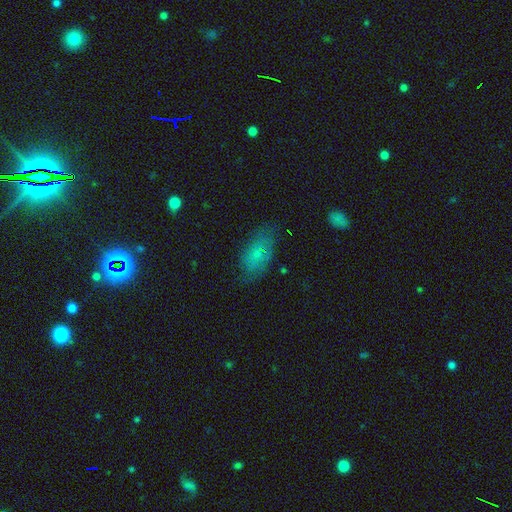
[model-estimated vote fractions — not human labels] Morphology: type=smooth (62%); roundness=in between (89%); merging=none (68%).